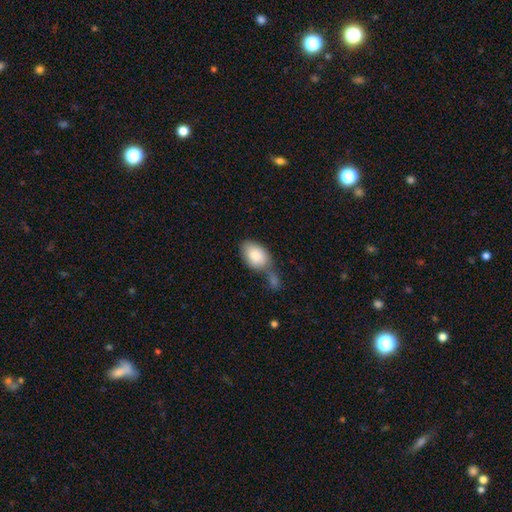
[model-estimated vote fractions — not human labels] A smooth galaxy with no disk features (84%) that is in between round and cigar-shaped (88%). Merging: none (40%).